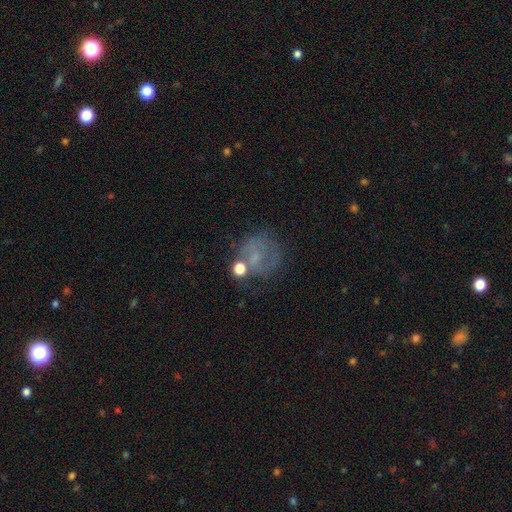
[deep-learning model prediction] Morphology: type=smooth (42%); merging=none (53%).